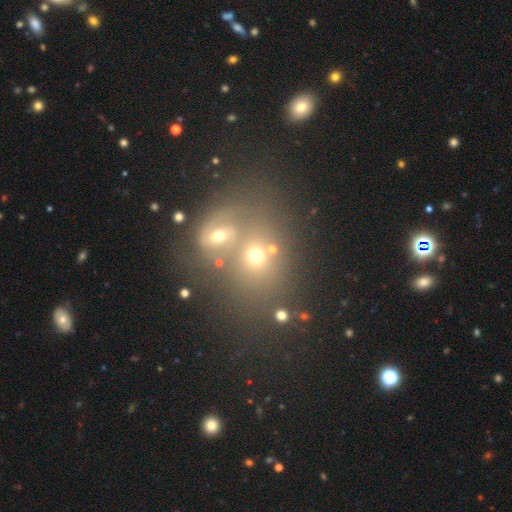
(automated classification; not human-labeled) A smooth galaxy with no disk features (48%). Merging: merger (55%).